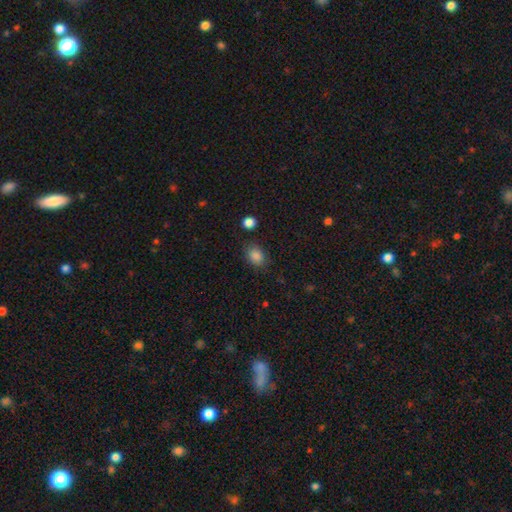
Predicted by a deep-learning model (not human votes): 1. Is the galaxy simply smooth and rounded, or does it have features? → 86% smooth, 9% star or artifact, 4% featured or disk.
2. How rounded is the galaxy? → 68% in between, 31% round, 1% cigar-shaped.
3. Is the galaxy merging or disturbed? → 80% none, 13% minor disturbance, 4% major disturbance, 3% merger.